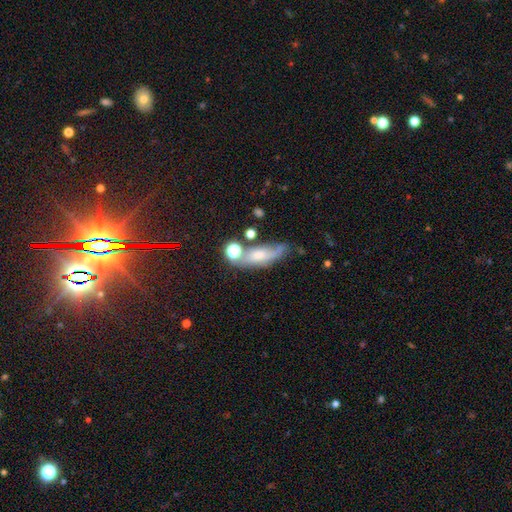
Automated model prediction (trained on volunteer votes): This appears to be a featured or disk galaxy (36%). Merging: none (54%).